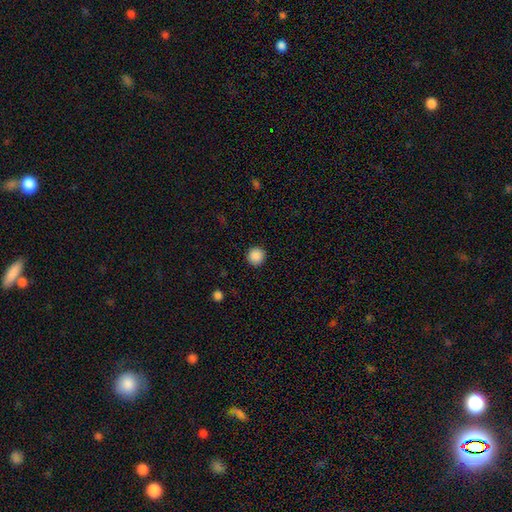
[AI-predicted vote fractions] smooth-or-featured: smooth: 88% | star or artifact: 9% | featured or disk: 2%
  how-rounded: round: 95% | in between: 4% | cigar-shaped: 1%
  merging: none: 92% | minor disturbance: 5% | major disturbance: 2% | merger: 1%